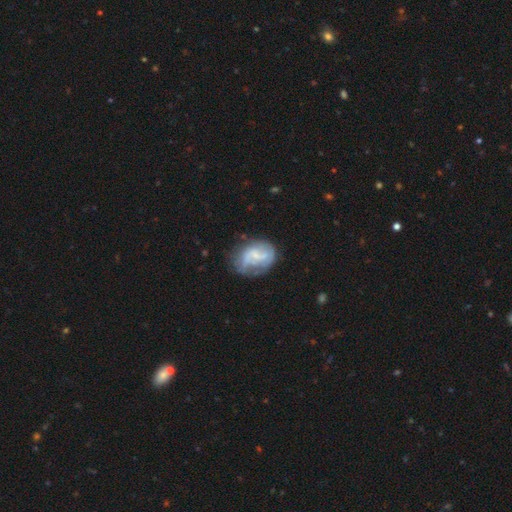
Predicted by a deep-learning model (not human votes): Smooth or featured? Predicted: featured or disk (p=0.60). Edge-on disk? Predicted: no (p=0.98). Bar? Predicted: weak (p=0.43). Spiral arms? Predicted: yes (p=0.65). Bulge size? Predicted: small (p=0.40). Merging? Predicted: none (p=0.47).